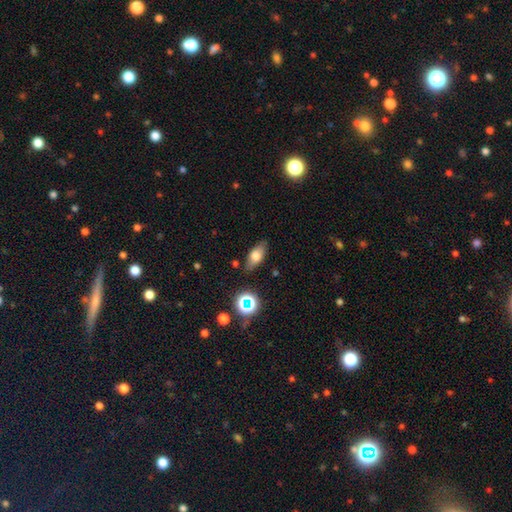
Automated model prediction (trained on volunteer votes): Smooth or featured?
  - smooth: 68% *
  - featured or disk: 21%
  - star or artifact: 11%
How rounded?
  - in between: 81% *
  - cigar-shaped: 13%
  - round: 6%
Merging?
  - none: 81% *
  - minor disturbance: 13%
  - major disturbance: 3%
  - merger: 3%